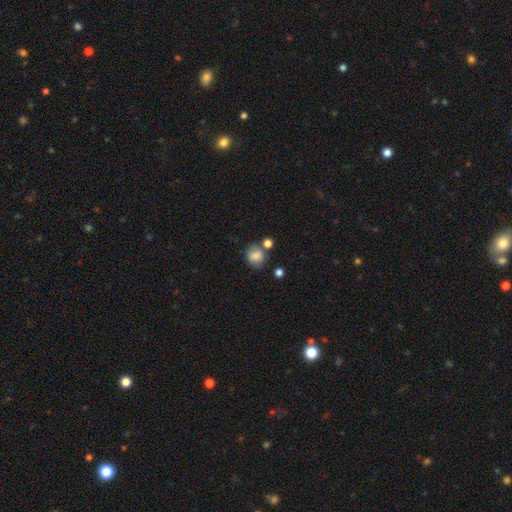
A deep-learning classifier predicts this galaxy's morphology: Smooth or featured? Predicted: smooth (p=0.82). How rounded? Predicted: round (p=0.71). Merging? Predicted: none (p=0.63).